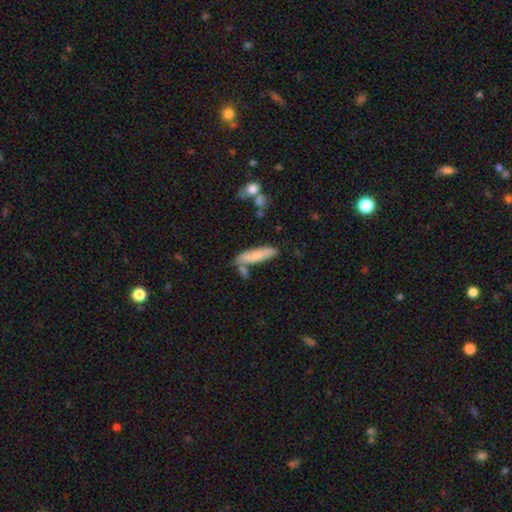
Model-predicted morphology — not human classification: smooth 73%, featured or disk 21%, star or artifact 6%. Down the decision tree: how rounded — cigar-shaped (74%); merging — none (64%).